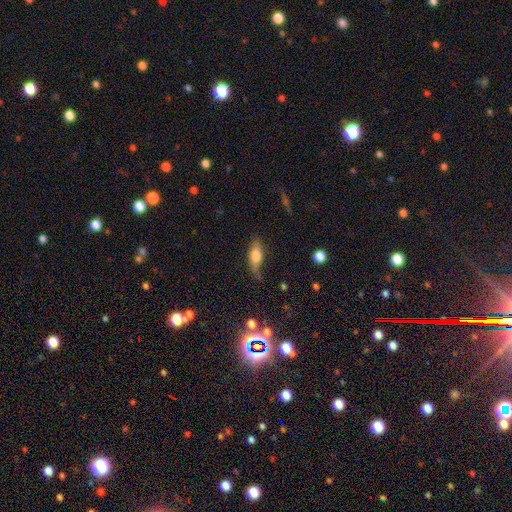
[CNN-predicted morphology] Smooth or featured?
  - smooth: 67% *
  - featured or disk: 25%
  - star or artifact: 8%
How rounded?
  - in between: 70% *
  - cigar-shaped: 26%
  - round: 4%
Merging?
  - none: 67% *
  - minor disturbance: 25%
  - major disturbance: 6%
  - merger: 2%